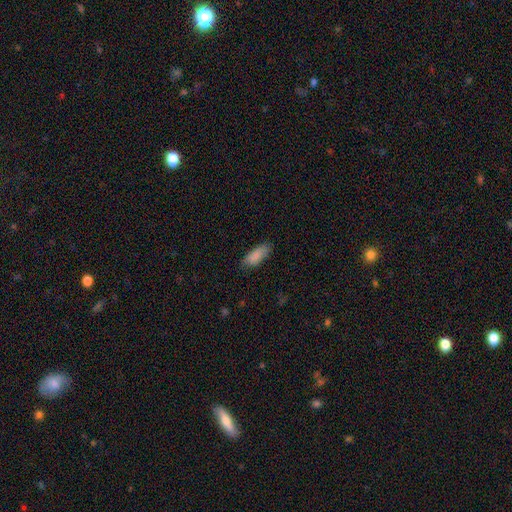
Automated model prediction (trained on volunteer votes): smooth 87%, star or artifact 7%, featured or disk 6%. Down the decision tree: how rounded — in between (76%); merging — none (76%).